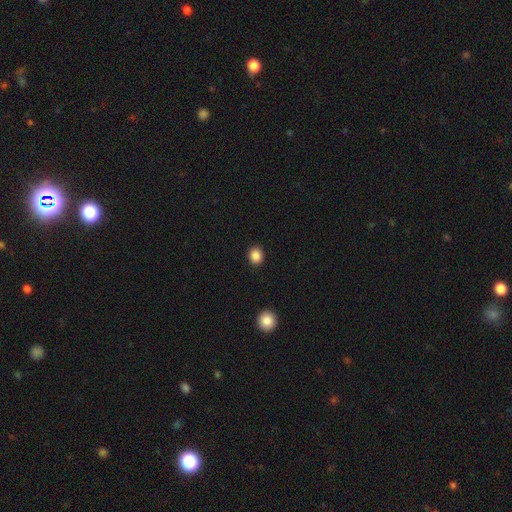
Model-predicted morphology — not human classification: This is clearly a smooth galaxy (87%). How rounded: likely round (78%). Merging: clearly none (92%).